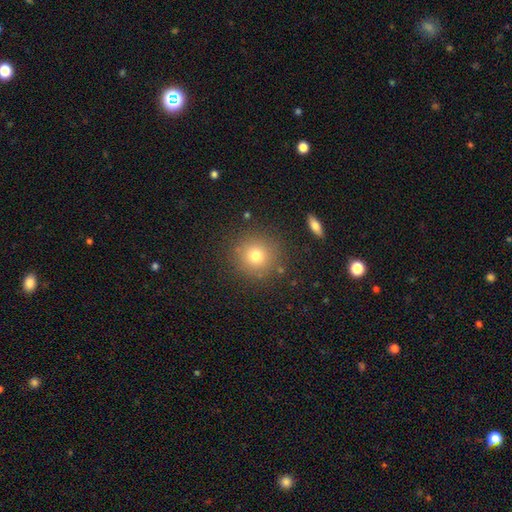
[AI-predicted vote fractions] Smooth or featured?
  - smooth: 74% *
  - star or artifact: 15%
  - featured or disk: 11%
How rounded?
  - round: 93% *
  - in between: 6%
  - cigar-shaped: 1%
Merging?
  - none: 86% *
  - minor disturbance: 8%
  - major disturbance: 3%
  - merger: 3%